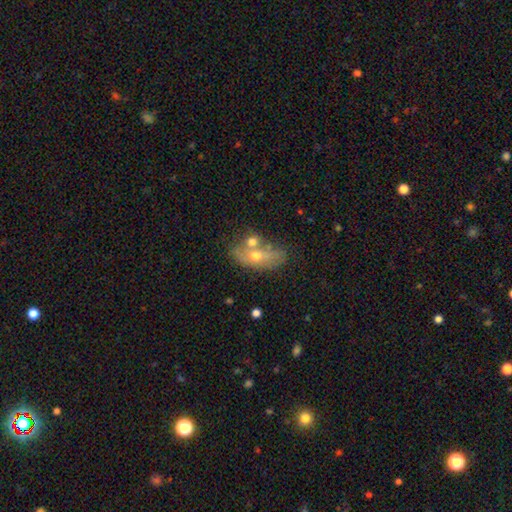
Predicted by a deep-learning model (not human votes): smooth 47%, featured or disk 43%, star or artifact 10%. Down the decision tree: merging — none (44%).